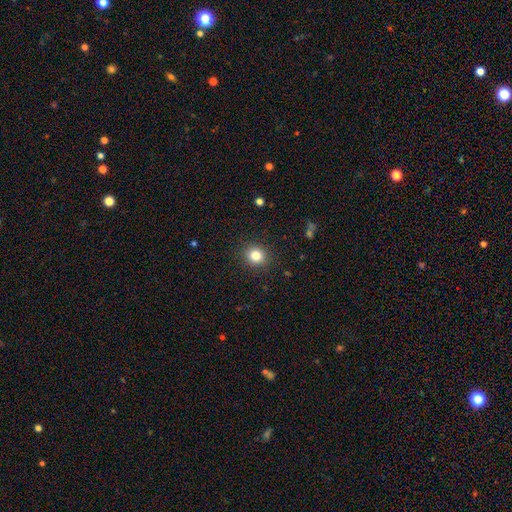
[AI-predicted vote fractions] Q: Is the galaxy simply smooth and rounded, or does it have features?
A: smooth — 83%.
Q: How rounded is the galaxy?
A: round — 86%.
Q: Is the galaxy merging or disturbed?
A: none — 90%.